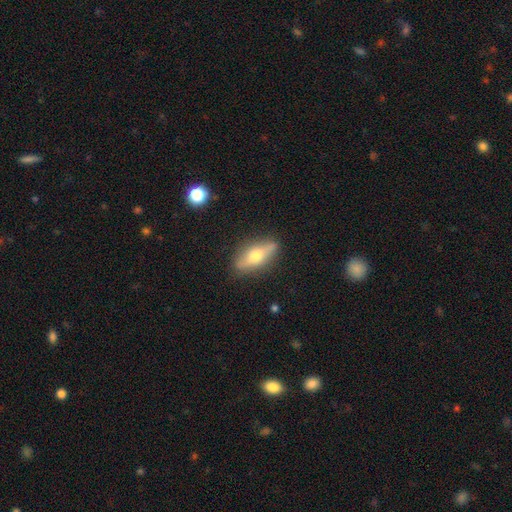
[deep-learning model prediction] Smooth or featured? Predicted: featured or disk (p=0.49). Merging? Predicted: none (p=0.84).